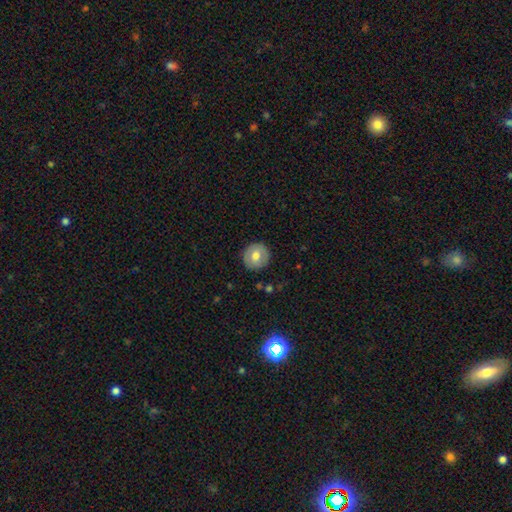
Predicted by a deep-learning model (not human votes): A smooth galaxy with no disk features (67%) that is round (93%). Merging: none (90%).